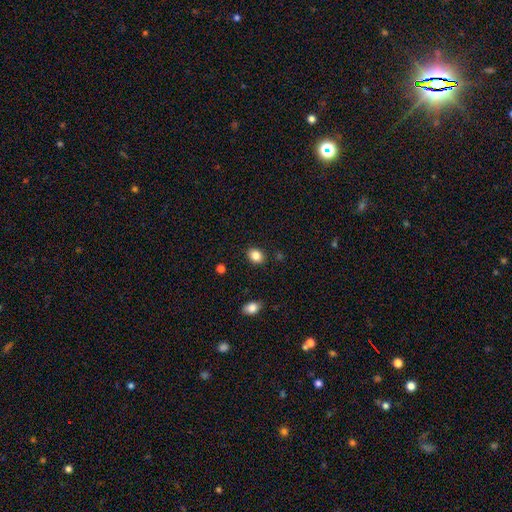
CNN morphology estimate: Smooth or featured? smooth (85%)
How rounded? in between (56%)
Merging? none (88%)